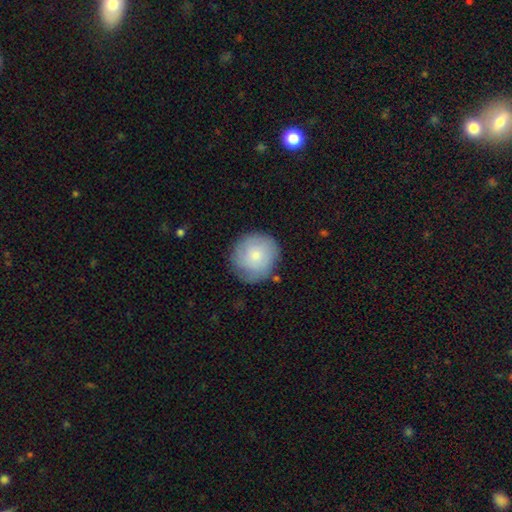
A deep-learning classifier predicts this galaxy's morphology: A smooth galaxy with no disk features (65%) that is round (90%). Merging: none (74%).